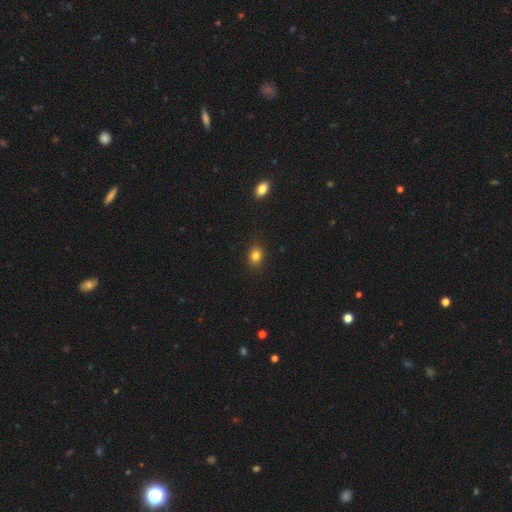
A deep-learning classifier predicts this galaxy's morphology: This is clearly a smooth galaxy (83%). How rounded: likely in between (61%). Merging: clearly none (87%).